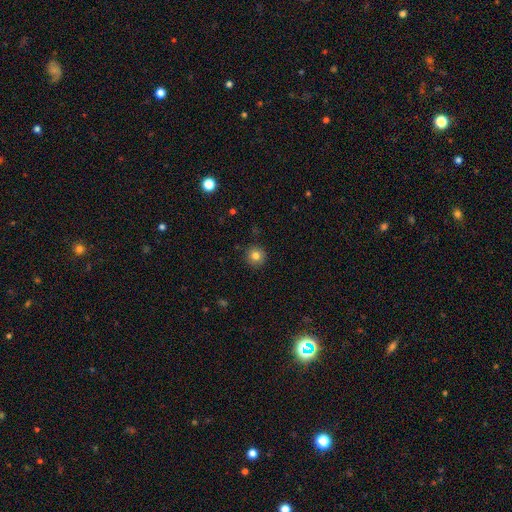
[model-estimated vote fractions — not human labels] smooth_or_featured: smooth (p=0.81) [alt: star or artifact p=0.11]
how_rounded: round (p=0.95) [alt: in between p=0.04]
merging: none (p=0.91) [alt: minor disturbance p=0.06]